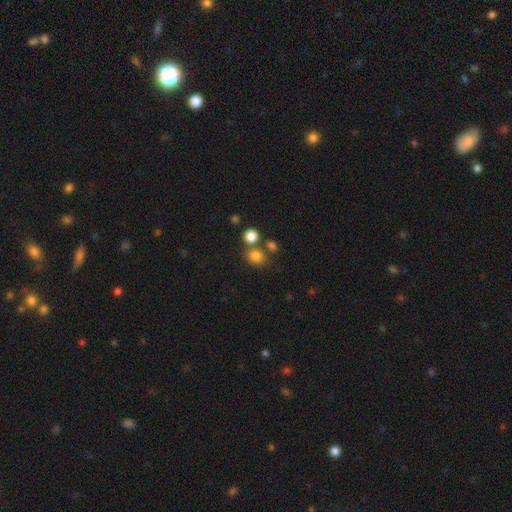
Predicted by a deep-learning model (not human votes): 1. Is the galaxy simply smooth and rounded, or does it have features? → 80% smooth, 13% star or artifact, 7% featured or disk.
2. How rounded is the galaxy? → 70% round, 29% in between, 1% cigar-shaped.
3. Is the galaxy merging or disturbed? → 62% none, 22% merger, 11% minor disturbance, 5% major disturbance.